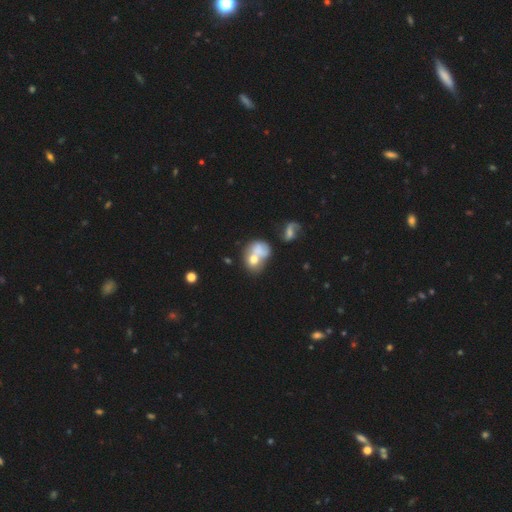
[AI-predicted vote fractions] Smooth or featured? smooth (64%)
How rounded? round (51%)
Merging? merger (57%)